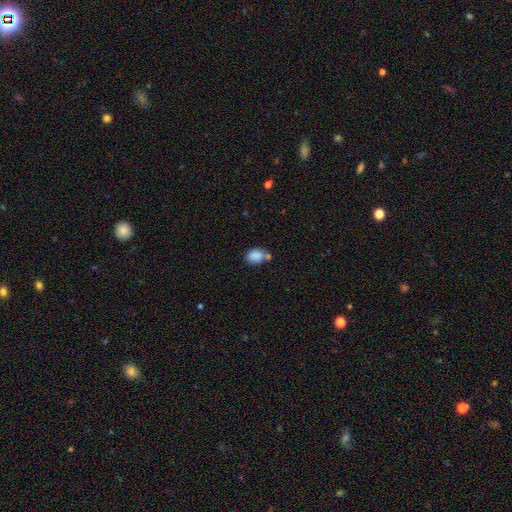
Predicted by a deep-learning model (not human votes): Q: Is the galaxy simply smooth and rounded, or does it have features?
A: smooth — 86%.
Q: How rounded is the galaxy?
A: in between — 68%.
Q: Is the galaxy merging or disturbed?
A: none — 57%.